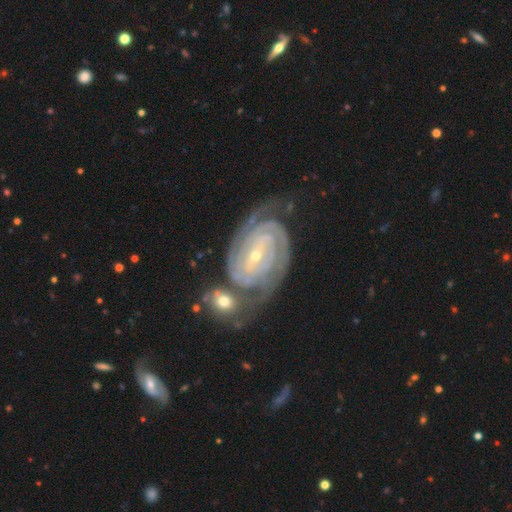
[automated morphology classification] featured or disk 92%, star or artifact 5%, smooth 3%. Down the decision tree: edge-on disk — no (97%); bar — weak (39%); spiral arms — yes (99%); spiral arm count — 2 (48%); spiral winding — tight (81%); bulge size — small (76%); merging — none (54%).